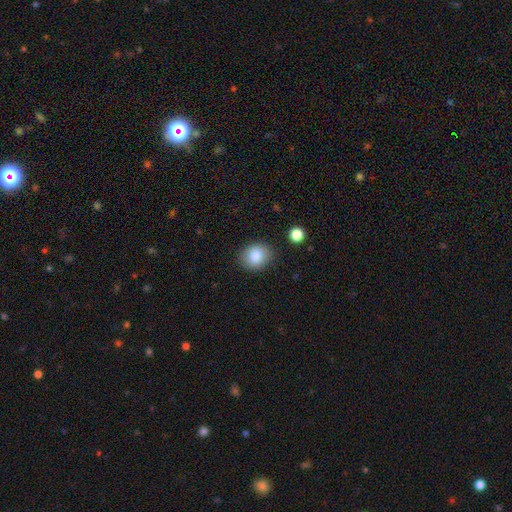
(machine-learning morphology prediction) type=smooth (84%); roundness=round (58%); merging=none (85%).